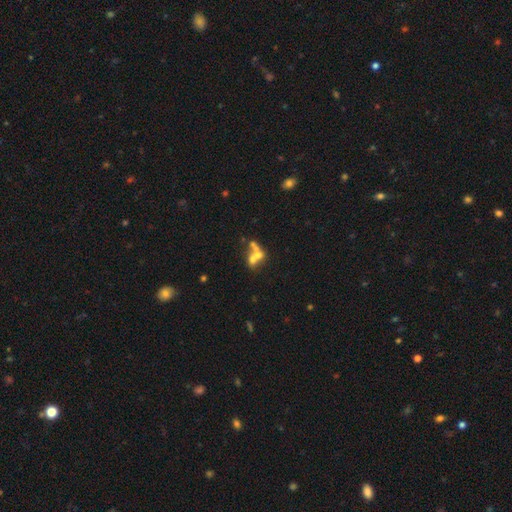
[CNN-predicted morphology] Q: Smooth or featured?
A: smooth (45%); runner-up: featured or disk (38%)
Q: Merging?
A: merger (61%); runner-up: none (24%)